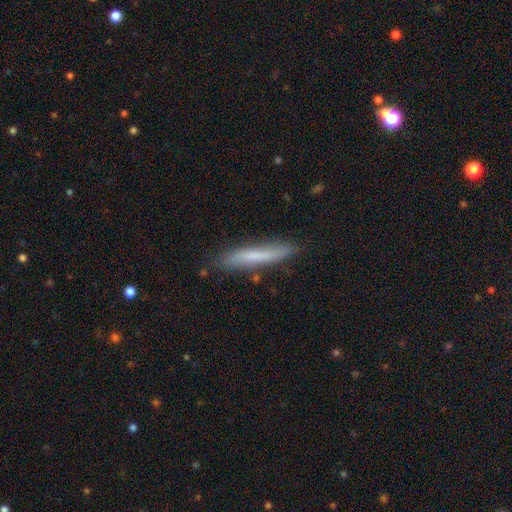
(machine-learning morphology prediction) Smooth or featured?
  - smooth: 65% *
  - featured or disk: 29%
  - star or artifact: 6%
How rounded?
  - cigar-shaped: 93% *
  - in between: 5%
  - round: 1%
Merging?
  - none: 81% *
  - minor disturbance: 15%
  - major disturbance: 3%
  - merger: 2%